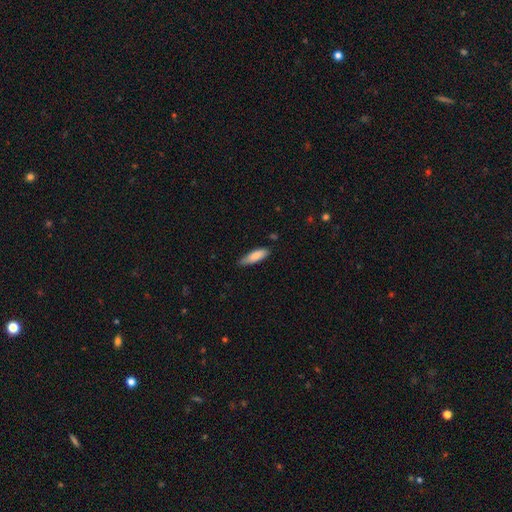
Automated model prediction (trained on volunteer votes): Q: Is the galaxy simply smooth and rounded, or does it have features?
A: smooth — 83%.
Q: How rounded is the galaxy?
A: cigar-shaped — 52%.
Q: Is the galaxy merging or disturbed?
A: none — 75%.